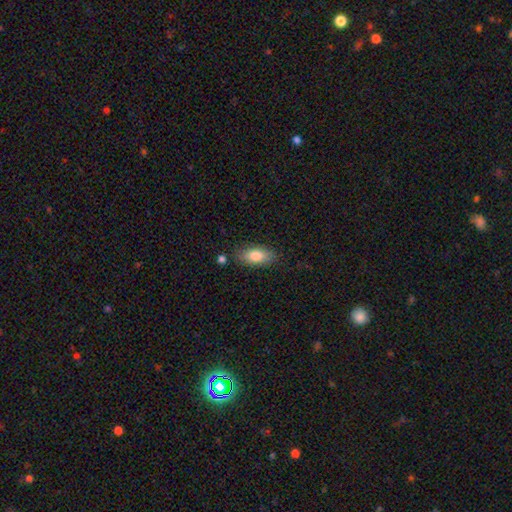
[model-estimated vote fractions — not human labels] This appears to be a smooth galaxy with no disk features (81%) that is in between round and cigar-shaped (86%). Merging: none (81%).